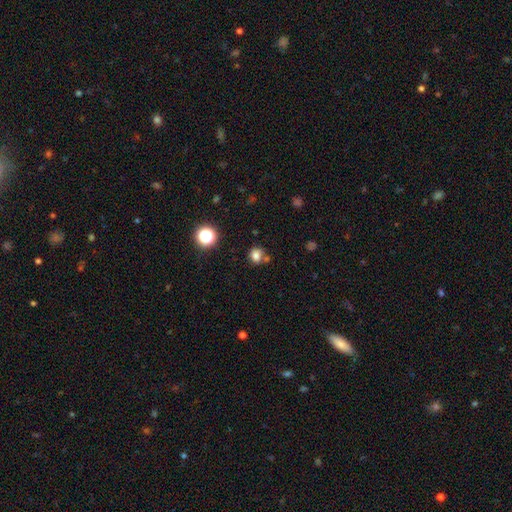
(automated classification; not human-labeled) Smooth or featured: smooth — 77% (star or artifact — 15%)
How rounded: round — 76% (in between — 23%)
Merging: none — 64% (merger — 18%)